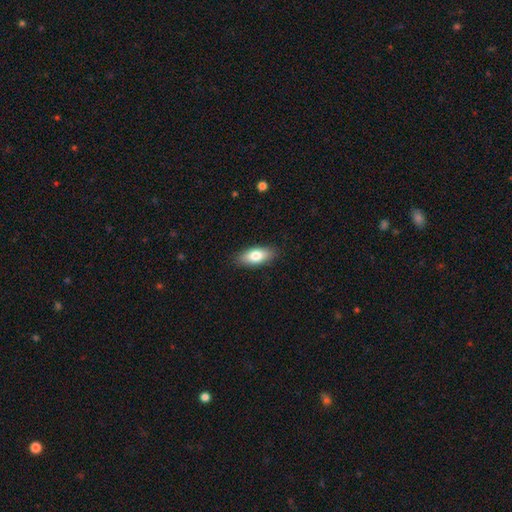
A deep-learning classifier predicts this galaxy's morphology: type=smooth (78%); roundness=in between (83%); merging=none (87%).